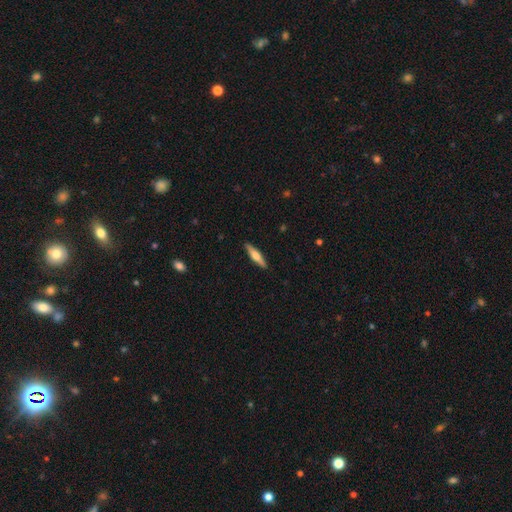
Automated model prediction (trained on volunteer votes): The model was most divided on "smooth or featured": smooth: 49%, featured or disk: 45%, star or artifact: 5%. More confident: merging — none (90%).